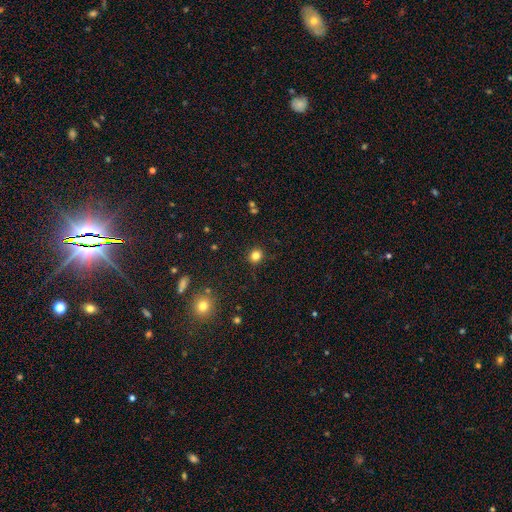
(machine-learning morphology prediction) This is clearly a smooth galaxy (82%). How rounded: clearly round (84%). Merging: clearly none (90%).